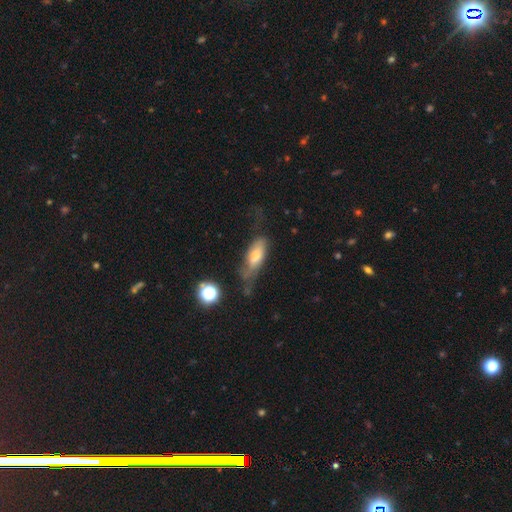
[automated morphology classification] type=smooth (64%); roundness=in between (72%); merging=none (37%).